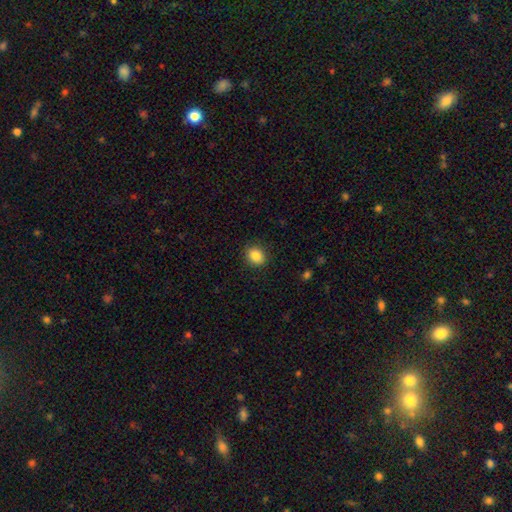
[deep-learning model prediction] Morphology: type=smooth (86%); roundness=round (59%); merging=none (90%).